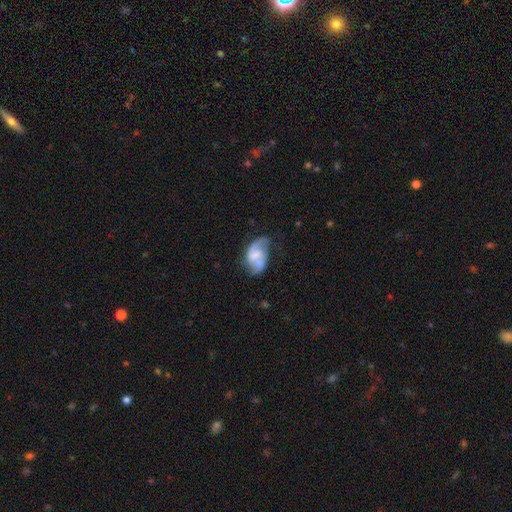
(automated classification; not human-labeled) Smooth or featured?
  - featured or disk: 66% *
  - smooth: 26%
  - star or artifact: 7%
Edge-on disk?
  - no: 97% *
  - yes: 3%
Bar?
  - weak: 45% *
  - no: 41%
  - strong: 14%
Spiral arms?
  - yes: 86% *
  - no: 14%
Spiral winding?
  - medium: 43% *
  - loose: 40%
  - tight: 17%
Spiral arm count?
  - 2: 80% *
  - can't tell: 9%
  - 1: 7%
  - 3: 2%
  - 4: 1%
  - more than 4: 1%
Bulge size?
  - moderate: 31% *
  - small: 29%
  - none: 28%
  - large: 11%
  - dominant: 2%
Merging?
  - none: 46% *
  - minor disturbance: 30%
  - major disturbance: 20%
  - merger: 5%